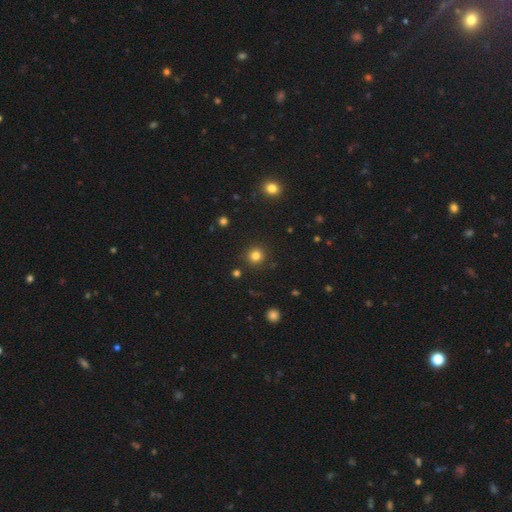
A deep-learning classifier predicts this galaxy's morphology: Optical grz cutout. It shows a smooth galaxy with no disk features (81%) that is round (94%). Merging: none (91%).